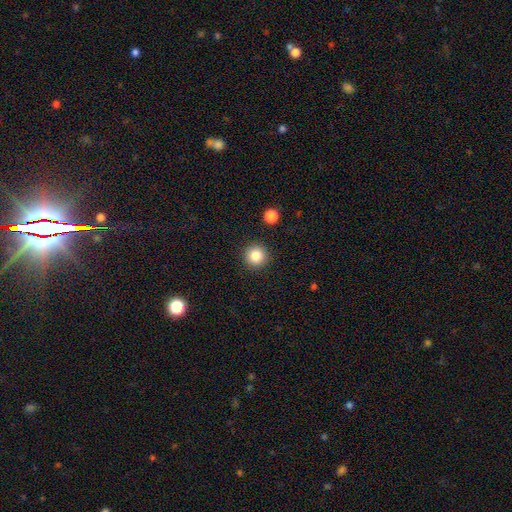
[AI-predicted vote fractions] A smooth galaxy with no disk features (84%) that is round (95%). Merging: none (90%).